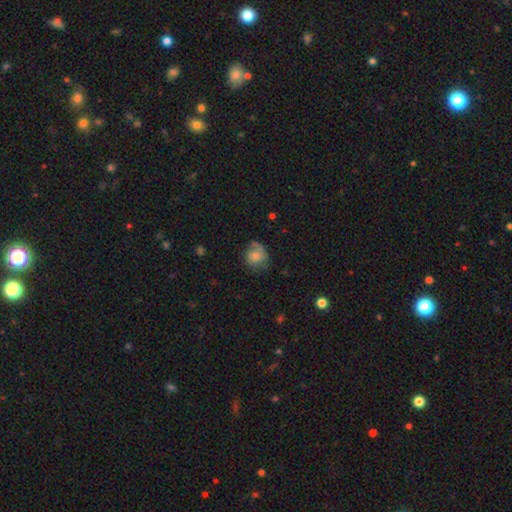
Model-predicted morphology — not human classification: smooth 57%, featured or disk 33%, star or artifact 9%. Down the decision tree: how rounded — round (72%); merging — none (52%).